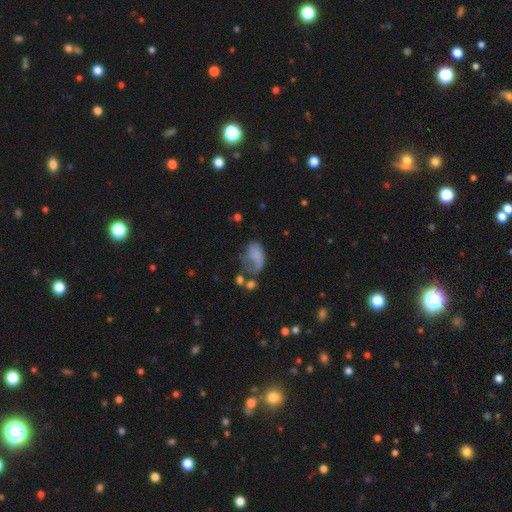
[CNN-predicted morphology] Smooth or featured? smooth (55%)
How rounded? in between (84%)
Merging? major disturbance (43%)